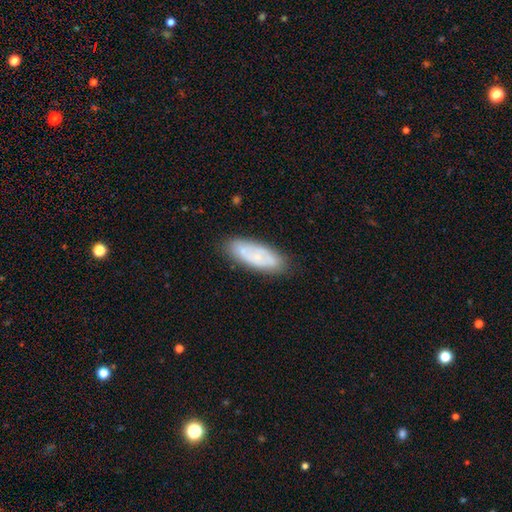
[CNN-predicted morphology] smooth_or_featured: smooth (p=0.50) [alt: featured or disk p=0.43]
merging: none (p=0.79) [alt: minor disturbance p=0.15]